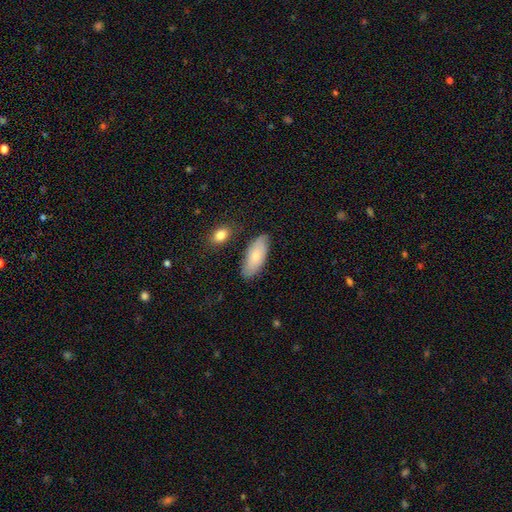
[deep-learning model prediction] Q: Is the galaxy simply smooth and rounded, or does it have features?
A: smooth — 72%.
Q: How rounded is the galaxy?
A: in between — 85%.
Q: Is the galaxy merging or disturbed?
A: none — 78%.